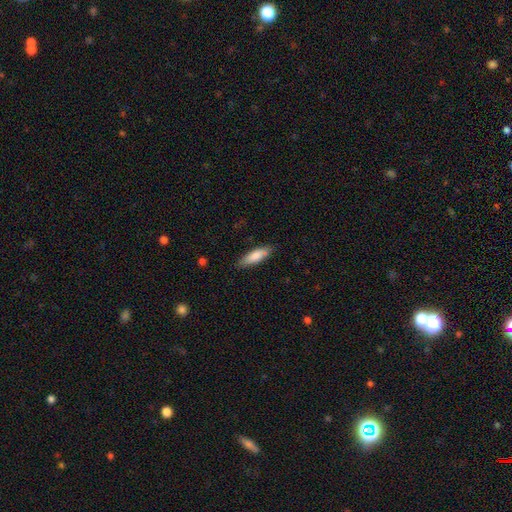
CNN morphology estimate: Smooth or featured: smooth — 82% (featured or disk — 12%)
How rounded: cigar-shaped — 52% (in between — 47%)
Merging: none — 84% (minor disturbance — 13%)